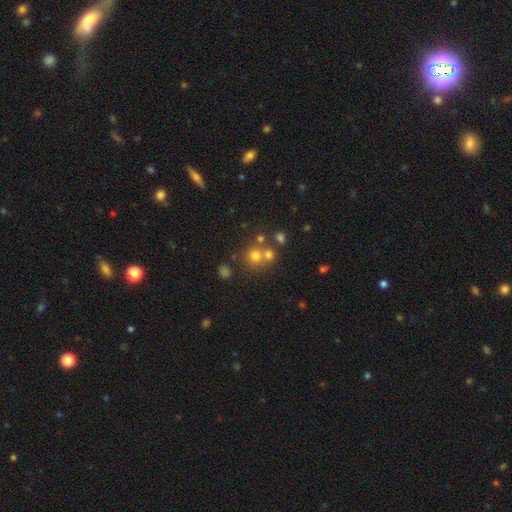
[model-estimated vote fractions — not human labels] A smooth galaxy with no disk features (68%) that is round (88%).

Vote fractions:
- Smooth or featured? smooth: 68% / star or artifact: 18% / featured or disk: 14%
- How rounded? round: 88% / in between: 11% / cigar-shaped: 1%
- Merging? none: 54% / merger: 34% / minor disturbance: 8% / major disturbance: 4%